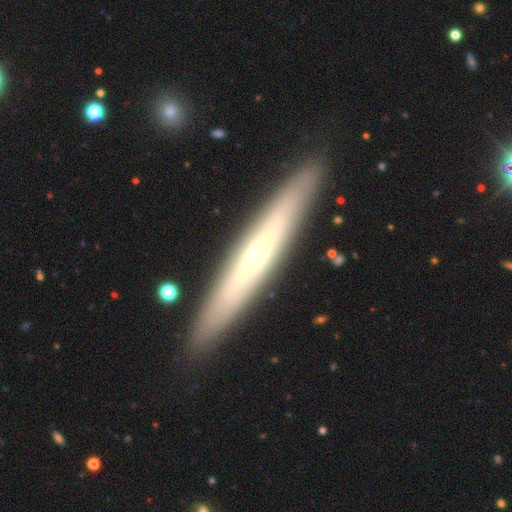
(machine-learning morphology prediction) smooth_or_featured: featured or disk (p=0.67) [alt: smooth p=0.26]
disk_edge_on: yes (p=0.81) [alt: no p=0.19]
edge_on_bulge: rounded (p=0.65) [alt: none p=0.32]
merging: none (p=0.90) [alt: minor disturbance p=0.07]